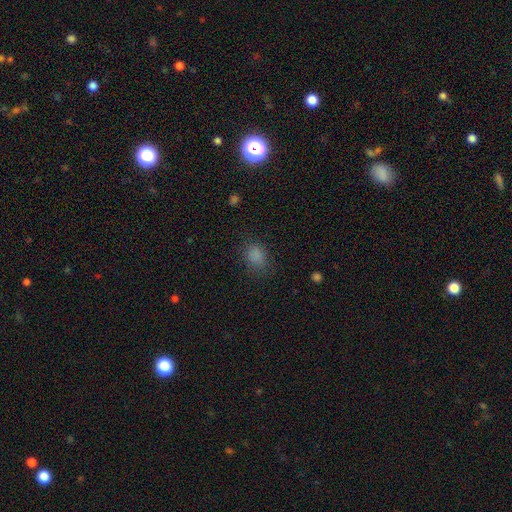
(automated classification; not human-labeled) Q: Smooth or featured?
A: smooth (82%); runner-up: star or artifact (13%)
Q: How rounded?
A: in between (60%); runner-up: round (39%)
Q: Merging?
A: none (76%); runner-up: minor disturbance (17%)